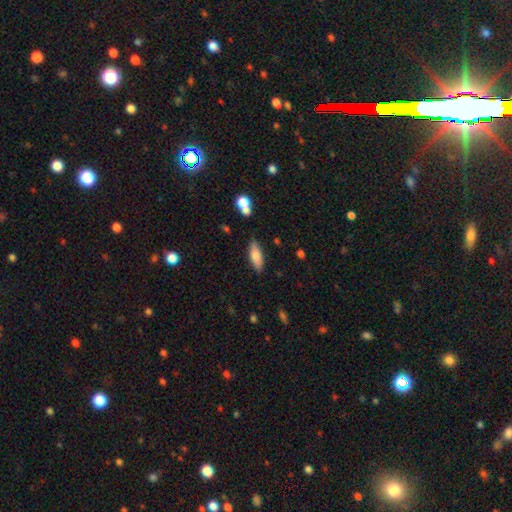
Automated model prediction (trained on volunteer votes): Smooth or featured? smooth (74%)
How rounded? in between (62%)
Merging? none (83%)